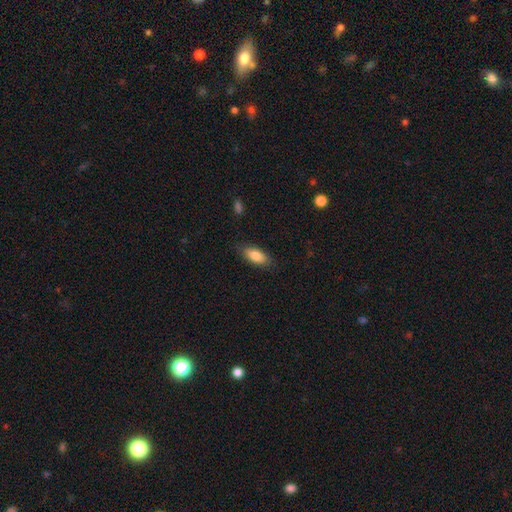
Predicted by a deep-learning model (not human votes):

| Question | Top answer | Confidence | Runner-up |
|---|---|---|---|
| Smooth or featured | smooth | 83% | featured or disk (10%) |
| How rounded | in between | 81% | cigar-shaped (16%) |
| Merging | none | 84% | minor disturbance (12%) |